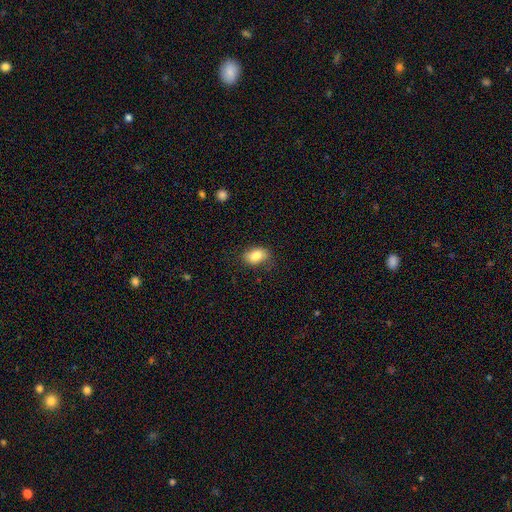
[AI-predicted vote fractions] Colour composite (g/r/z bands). It shows a smooth galaxy with no disk features (83%) that is in between round and cigar-shaped (84%). Merging: none (81%).